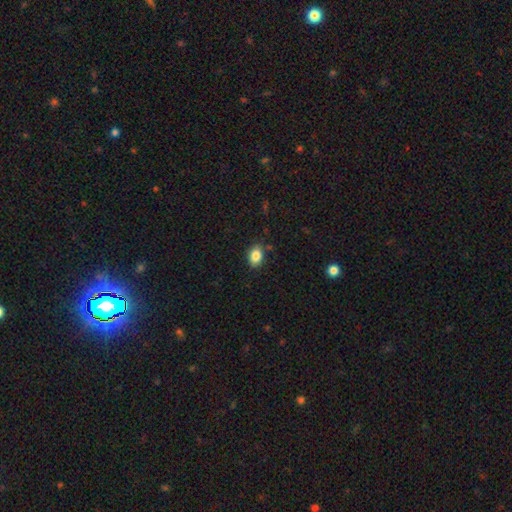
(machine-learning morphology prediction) The model was most divided on "how rounded": in between: 76%, round: 23%, cigar-shaped: 1%. More confident: smooth or featured — smooth (86%); merging — none (84%).